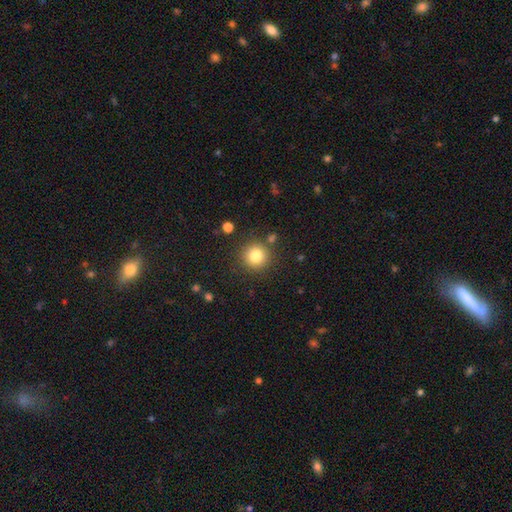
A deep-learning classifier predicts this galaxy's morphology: This is clearly a smooth galaxy (82%). How rounded: clearly round (94%). Merging: clearly none (86%).